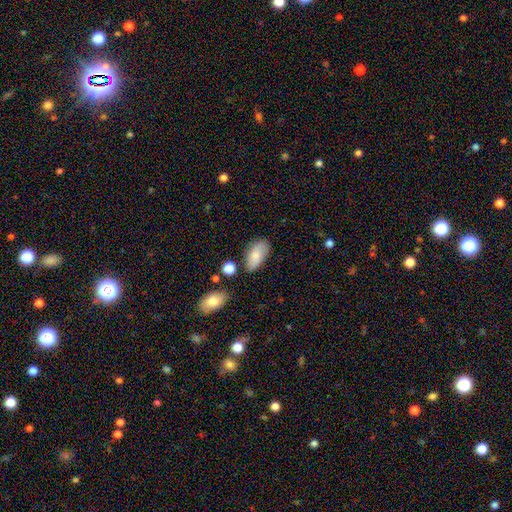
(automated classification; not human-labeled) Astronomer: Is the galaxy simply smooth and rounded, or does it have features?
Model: smooth — 75%.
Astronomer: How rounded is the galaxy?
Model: in between — 93%.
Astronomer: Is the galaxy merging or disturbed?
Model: none — 71%.